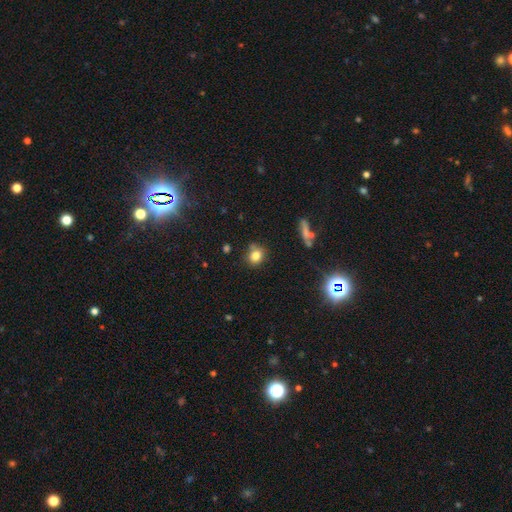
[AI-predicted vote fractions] smooth 79%, star or artifact 13%, featured or disk 8%. Down the decision tree: how rounded — round (77%); merging — none (75%).